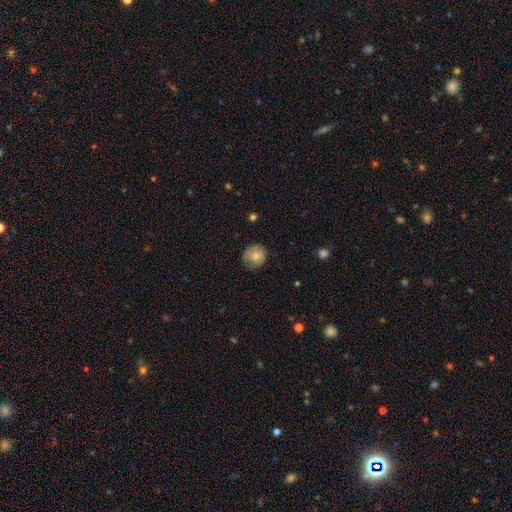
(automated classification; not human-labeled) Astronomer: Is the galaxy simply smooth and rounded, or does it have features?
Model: smooth — 69%.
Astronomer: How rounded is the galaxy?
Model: round — 75%.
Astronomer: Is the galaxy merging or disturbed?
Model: none — 68%.